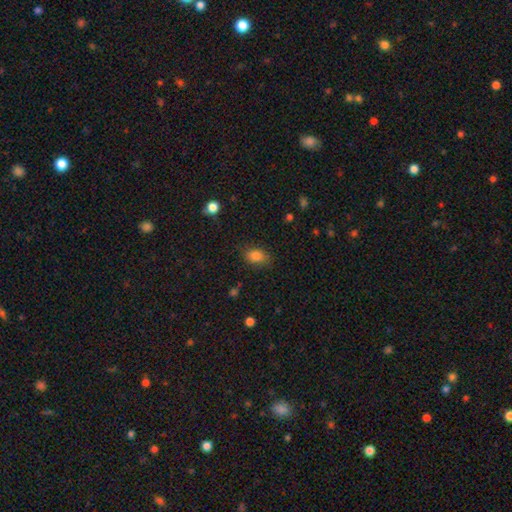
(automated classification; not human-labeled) Smooth or featured?
  - smooth: 83% *
  - star or artifact: 10%
  - featured or disk: 7%
How rounded?
  - in between: 81% *
  - round: 17%
  - cigar-shaped: 2%
Merging?
  - none: 79% *
  - minor disturbance: 15%
  - major disturbance: 4%
  - merger: 1%